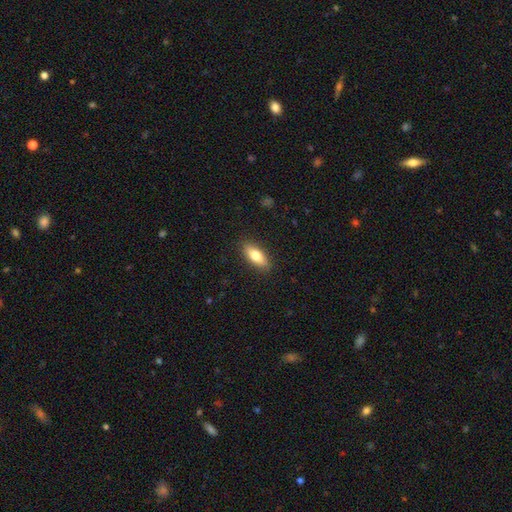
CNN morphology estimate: A smooth galaxy with no disk features (75%) that is in between round and cigar-shaped (71%). Merging: none (88%).